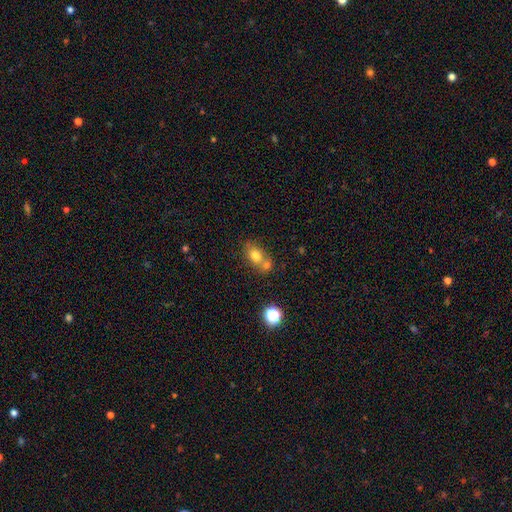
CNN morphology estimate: smooth 74%, featured or disk 13%, star or artifact 12%. Down the decision tree: how rounded — in between (60%); merging — none (43%).